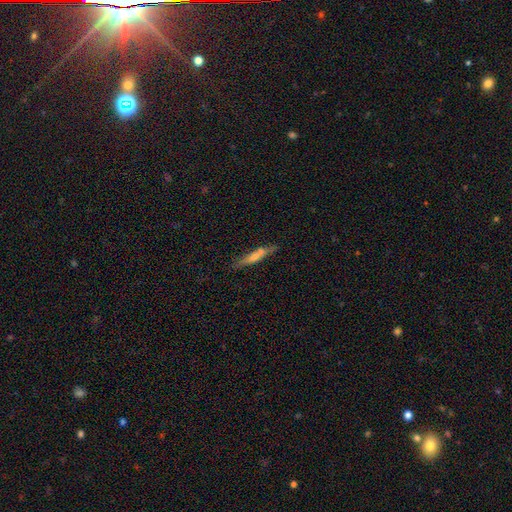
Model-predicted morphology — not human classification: Smooth or featured: smooth — 56% (featured or disk — 36%)
How rounded: cigar-shaped — 89% (in between — 10%)
Merging: none — 70% (minor disturbance — 16%)